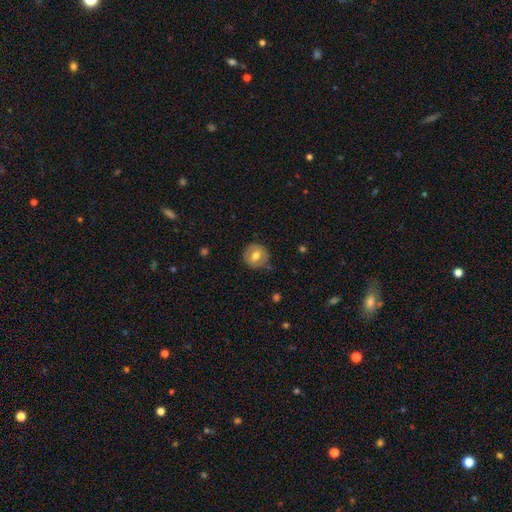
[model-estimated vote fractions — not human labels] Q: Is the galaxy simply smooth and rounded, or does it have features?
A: smooth — 72%.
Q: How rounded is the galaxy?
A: round — 93%.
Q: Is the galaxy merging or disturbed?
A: none — 83%.